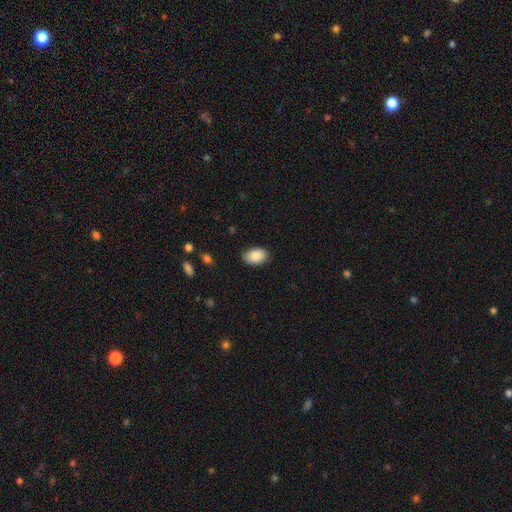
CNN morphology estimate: Smooth or featured: smooth — 88% (star or artifact — 7%)
How rounded: in between — 91% (round — 8%)
Merging: none — 86% (minor disturbance — 11%)